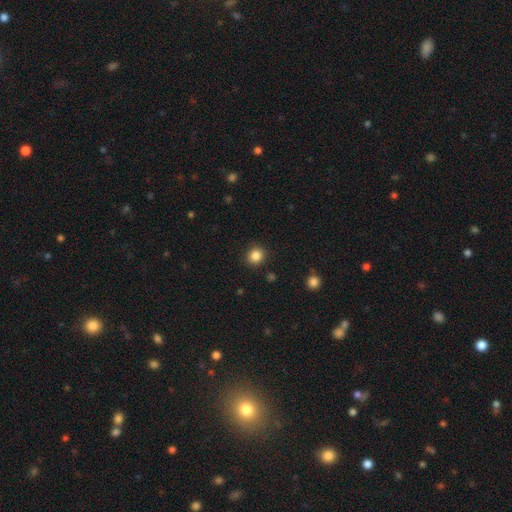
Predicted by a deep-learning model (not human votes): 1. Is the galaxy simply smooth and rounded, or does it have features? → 85% smooth, 11% star or artifact, 4% featured or disk.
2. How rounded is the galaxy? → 87% round, 12% in between, 1% cigar-shaped.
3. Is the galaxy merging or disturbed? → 90% none, 6% minor disturbance, 2% major disturbance, 1% merger.